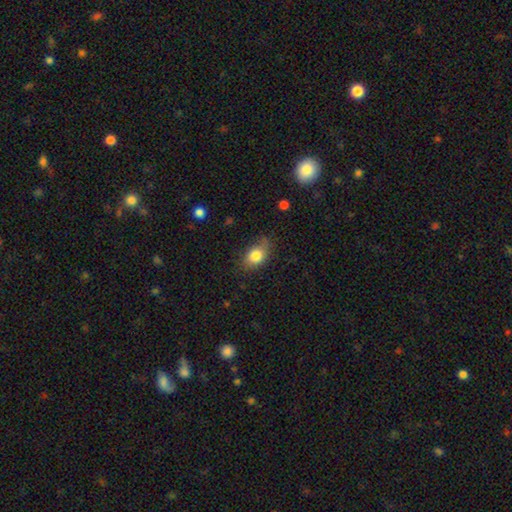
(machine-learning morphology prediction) Smooth or featured? Predicted: smooth (p=0.82). How rounded? Predicted: in between (p=0.80). Merging? Predicted: none (p=0.72).